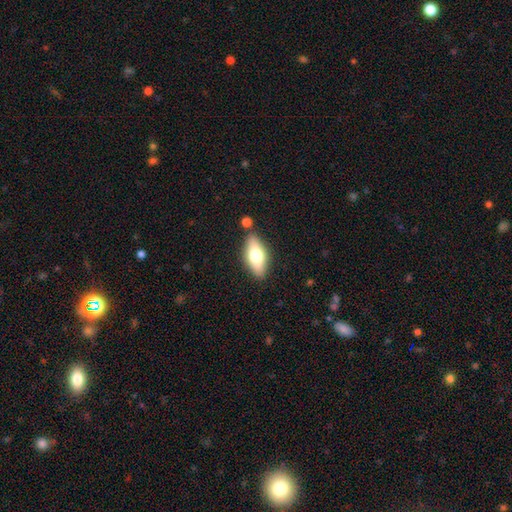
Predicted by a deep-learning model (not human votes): smooth 65%, featured or disk 28%, star or artifact 7%. Down the decision tree: how rounded — in between (81%); merging — none (82%).